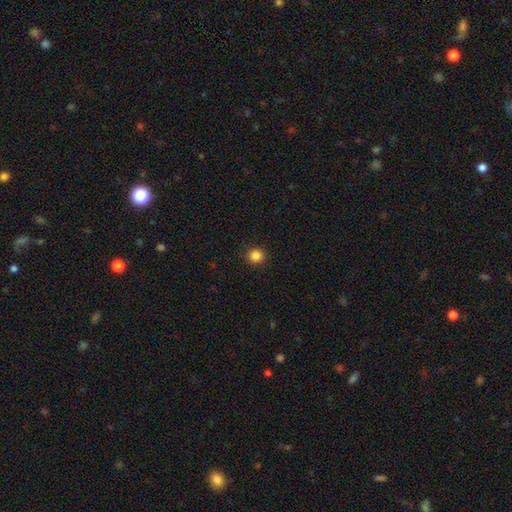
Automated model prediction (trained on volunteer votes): Smooth or featured? Predicted: smooth (p=0.85). How rounded? Predicted: round (p=0.92). Merging? Predicted: none (p=0.93).